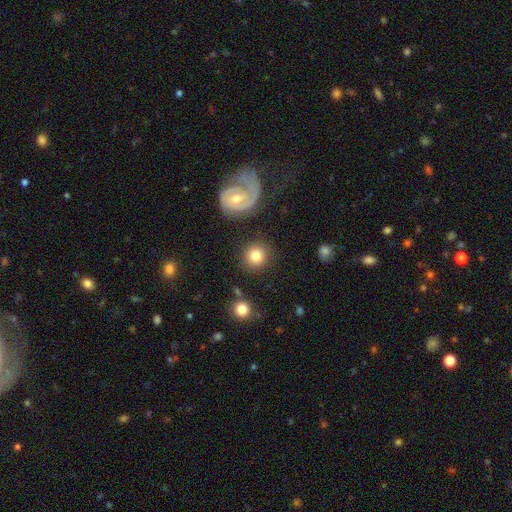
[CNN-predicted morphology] Q: Smooth or featured?
A: smooth (80%); runner-up: featured or disk (12%)
Q: How rounded?
A: round (90%); runner-up: in between (9%)
Q: Merging?
A: none (85%); runner-up: minor disturbance (8%)